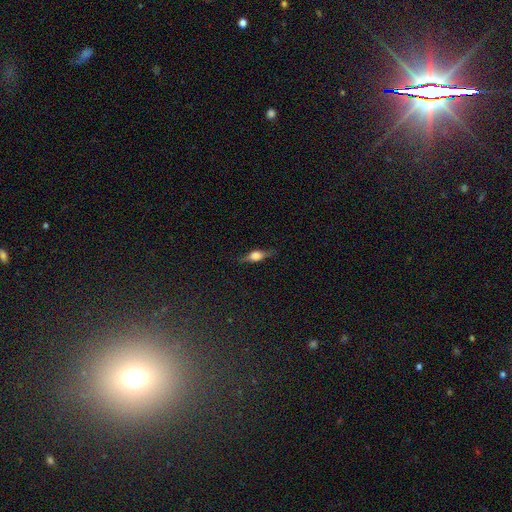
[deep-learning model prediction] A featured or disk galaxy (52%) viewed edge-on (93%). Merging: none (78%).